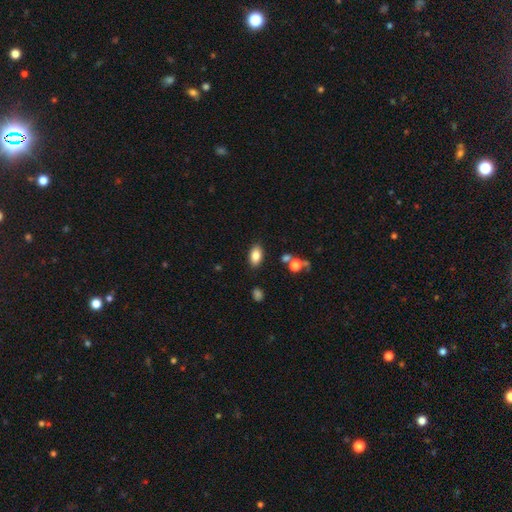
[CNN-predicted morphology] The model was most divided on "smooth or featured": smooth: 83%, star or artifact: 9%, featured or disk: 8%. More confident: how rounded — in between (90%); merging — none (85%).